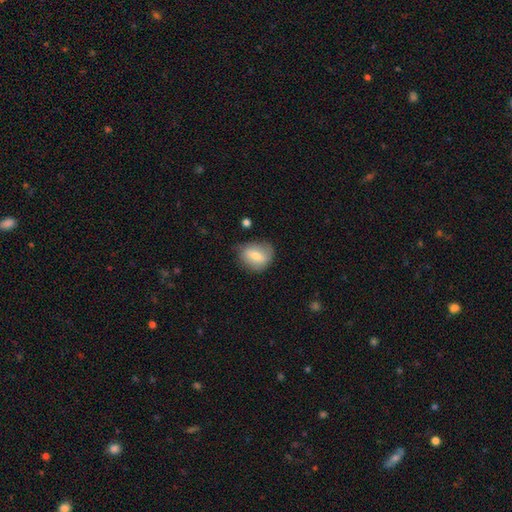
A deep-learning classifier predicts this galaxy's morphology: Smooth or featured: smooth — 70% (featured or disk — 23%)
How rounded: round — 55% (in between — 44%)
Merging: none — 64% (minor disturbance — 28%)